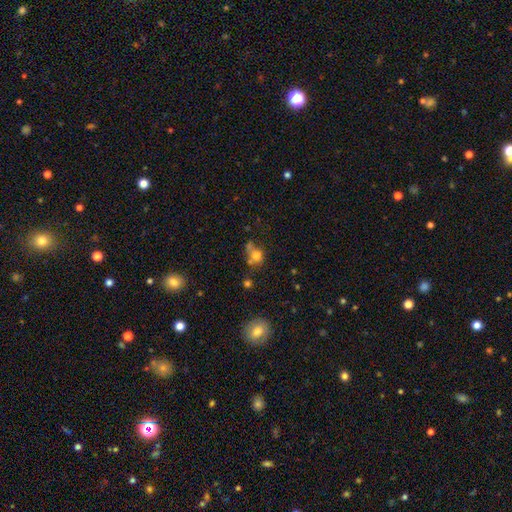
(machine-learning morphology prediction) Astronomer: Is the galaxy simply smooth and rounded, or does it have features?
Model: smooth — 70%.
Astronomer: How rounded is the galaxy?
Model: round — 63%.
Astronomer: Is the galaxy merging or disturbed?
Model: none — 36% (runner-up: merger, 34%).